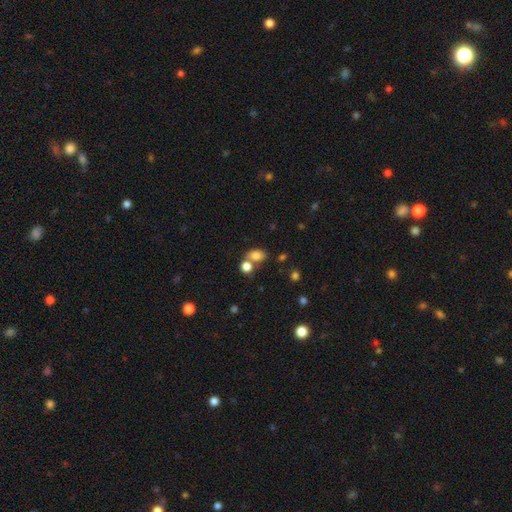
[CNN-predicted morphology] This is likely a smooth galaxy (80%). How rounded: likely in between (73%). Merging: possibly none (48%).